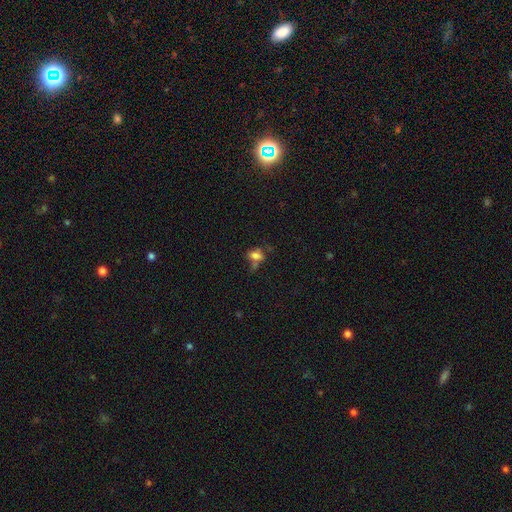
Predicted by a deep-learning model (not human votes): A smooth galaxy with no disk features (66%) that is in between round and cigar-shaped (76%).

Vote fractions:
- Smooth or featured? smooth: 66% / star or artifact: 17% / featured or disk: 17%
- How rounded? in between: 76% / round: 20% / cigar-shaped: 4%
- Merging? none: 42% / merger: 25% / minor disturbance: 19% / major disturbance: 13%